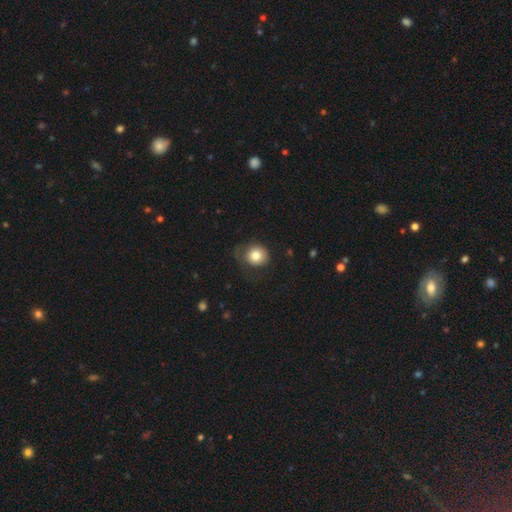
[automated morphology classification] This appears to be a smooth galaxy with no disk features (79%) that is round (83%). Merging: none (61%).